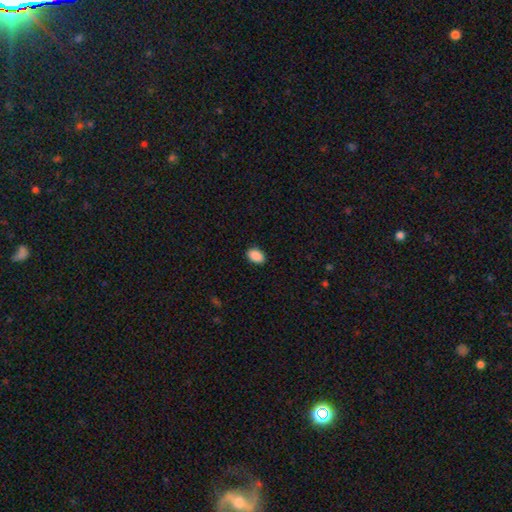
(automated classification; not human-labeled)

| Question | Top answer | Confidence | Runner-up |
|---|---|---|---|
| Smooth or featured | smooth | 90% | star or artifact (7%) |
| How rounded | in between | 87% | round (12%) |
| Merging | none | 89% | minor disturbance (8%) |